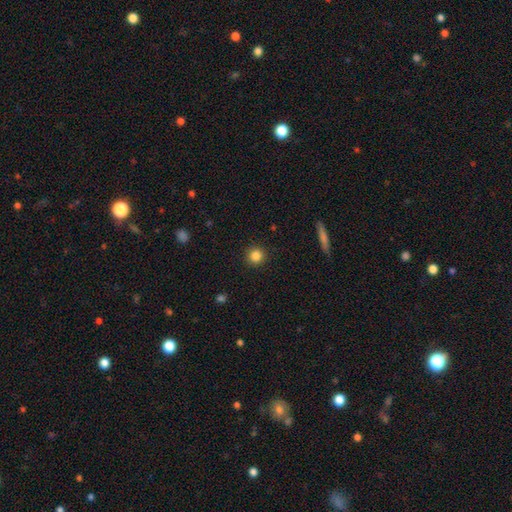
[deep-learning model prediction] Overall: smooth (84%). How rounded: round (95%). Merging: none (92%).